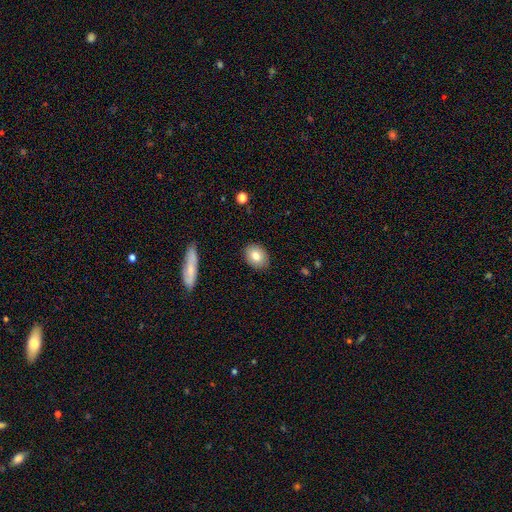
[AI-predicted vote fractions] This is likely a smooth galaxy (79%). How rounded: likely in between (63%). Merging: clearly none (89%).